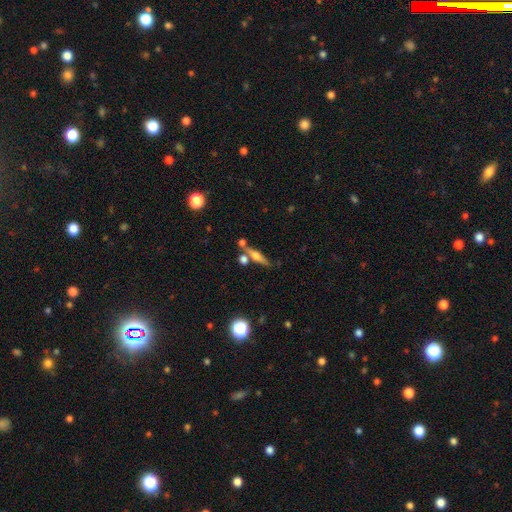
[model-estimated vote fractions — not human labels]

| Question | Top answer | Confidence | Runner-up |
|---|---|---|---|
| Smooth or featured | featured or disk | 53% | smooth (38%) |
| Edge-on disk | yes | 91% | no (9%) |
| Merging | none | 65% | merger (19%) |